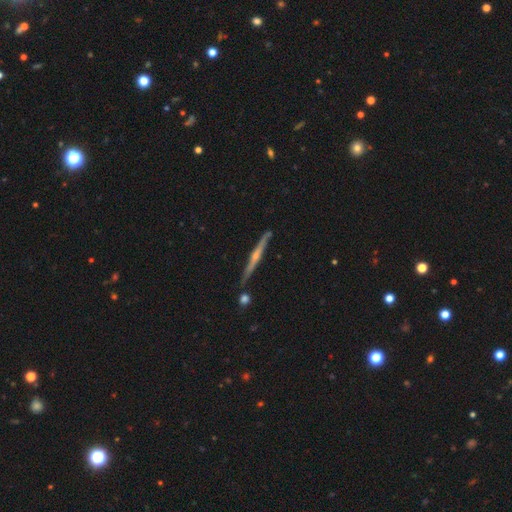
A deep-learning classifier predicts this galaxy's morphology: Smooth or featured? Predicted: featured or disk (p=0.77). Edge-on disk? Predicted: yes (p=0.98). Edge-on bulge? Predicted: rounded (p=0.71). Merging? Predicted: none (p=0.86).